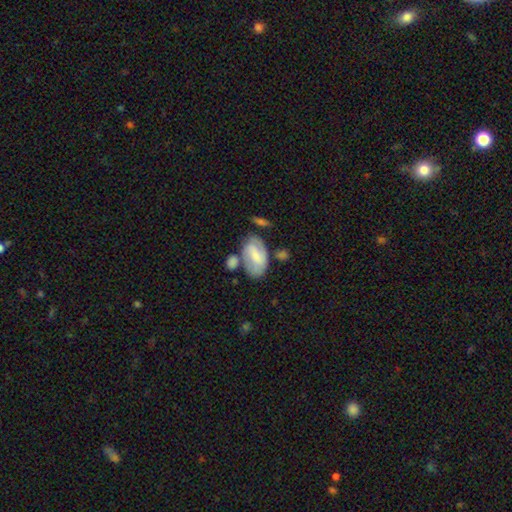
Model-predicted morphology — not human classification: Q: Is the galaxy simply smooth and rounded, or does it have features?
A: featured or disk — 48%.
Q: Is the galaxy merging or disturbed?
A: none — 52%.